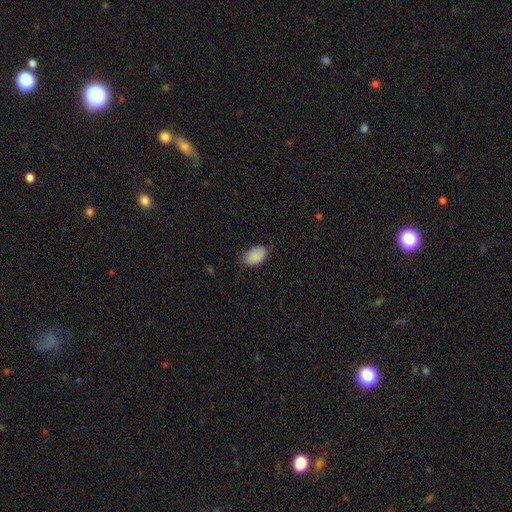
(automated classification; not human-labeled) Overall: smooth (88%). How rounded: in between (92%). Merging: none (74%).